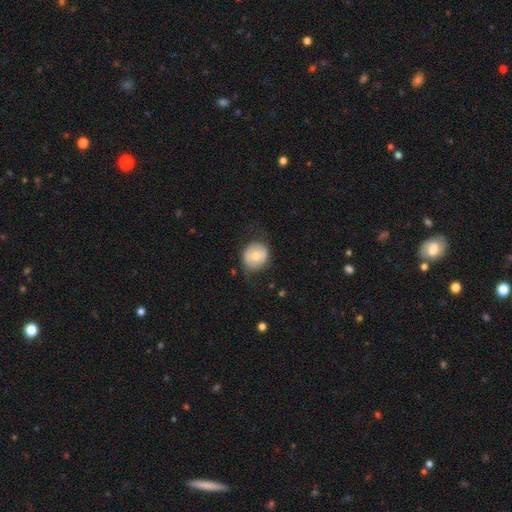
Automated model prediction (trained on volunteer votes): Overall: smooth (57%; featured or disk 37%). How rounded: round (81%). Merging: none (69%).